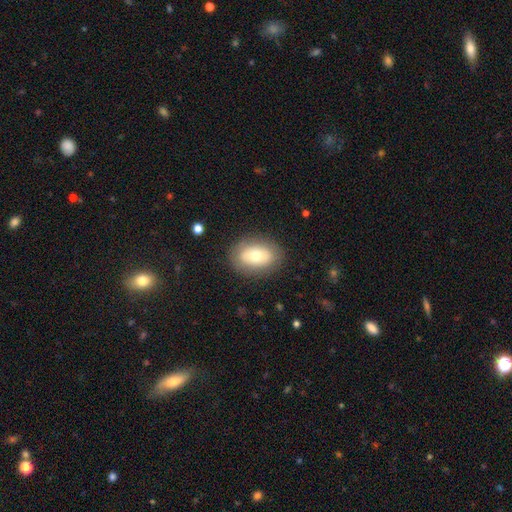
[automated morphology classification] smooth 63%, featured or disk 28%, star or artifact 8%. Down the decision tree: how rounded — in between (83%); merging — none (83%).